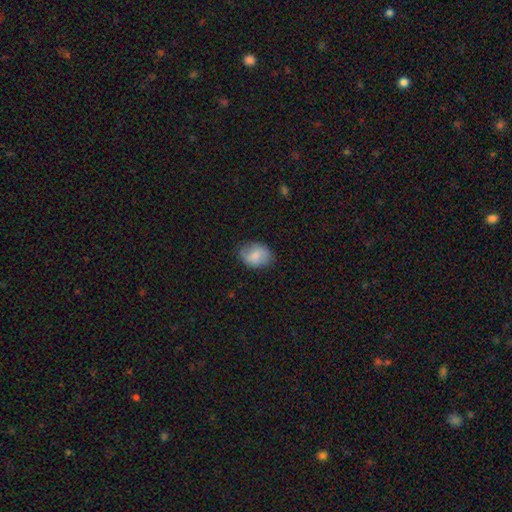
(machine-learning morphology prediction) Overall: smooth (78%). How rounded: in between (69%; round 30%). Merging: none (77%).